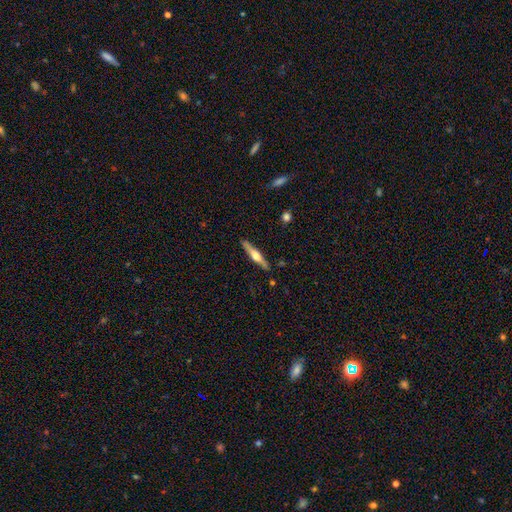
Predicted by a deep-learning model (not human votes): The model was most divided on "smooth or featured": featured or disk: 65%, smooth: 30%, star or artifact: 5%. More confident: edge-on disk — yes (97%); edge-on bulge — rounded (91%); merging — none (89%).